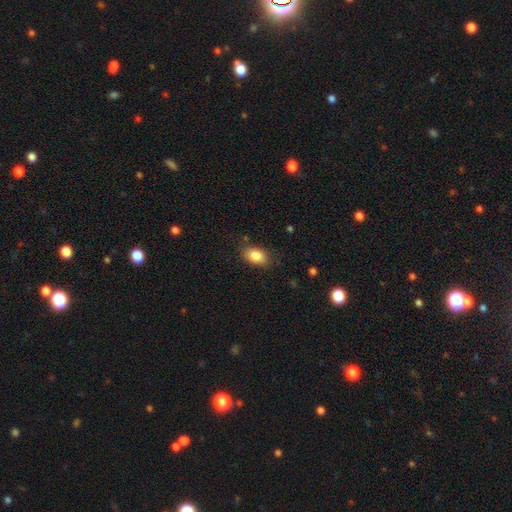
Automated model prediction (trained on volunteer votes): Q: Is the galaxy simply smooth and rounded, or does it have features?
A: smooth — 85%.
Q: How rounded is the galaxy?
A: in between — 84%.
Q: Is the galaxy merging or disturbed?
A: none — 81%.